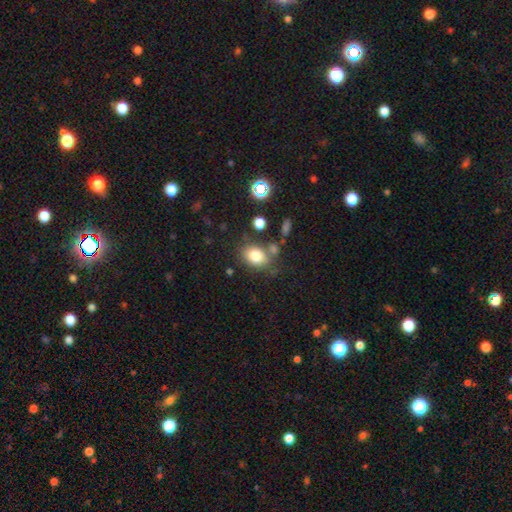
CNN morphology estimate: smooth-or-featured: smooth: 79% | star or artifact: 11% | featured or disk: 10%
  how-rounded: in between: 66% | round: 33% | cigar-shaped: 1%
  merging: none: 64% | minor disturbance: 17% | merger: 13% | major disturbance: 7%